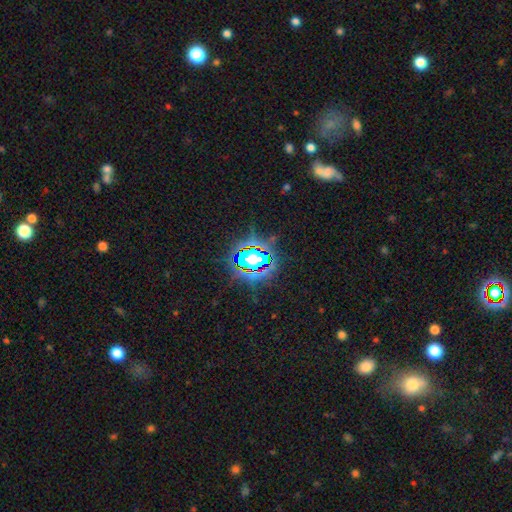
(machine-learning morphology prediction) Overall: star or artifact (66%).